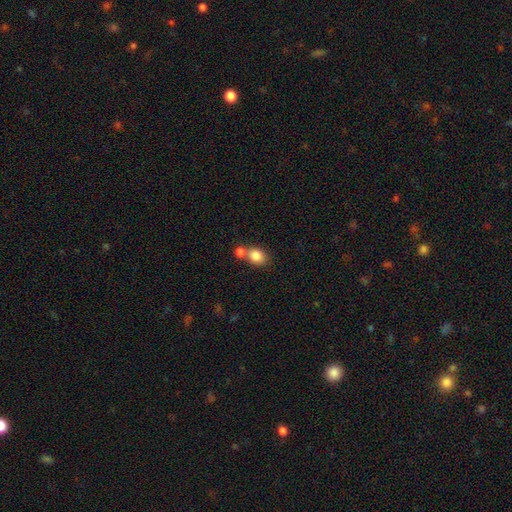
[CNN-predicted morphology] Smooth or featured? smooth (83%)
How rounded? in between (50%)
Merging? none (48%)